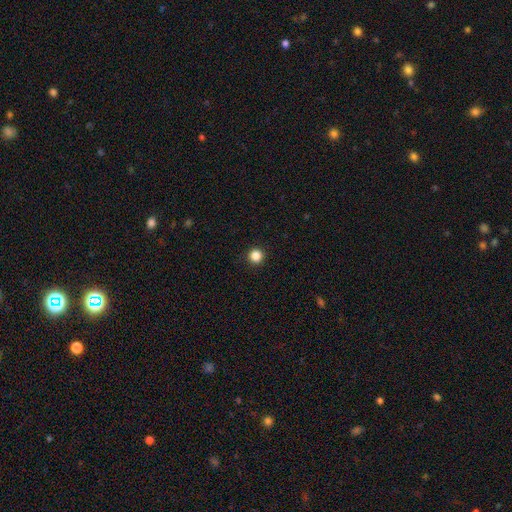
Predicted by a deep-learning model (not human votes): smooth 86%, star or artifact 11%, featured or disk 3%. Down the decision tree: how rounded — round (96%); merging — none (94%).